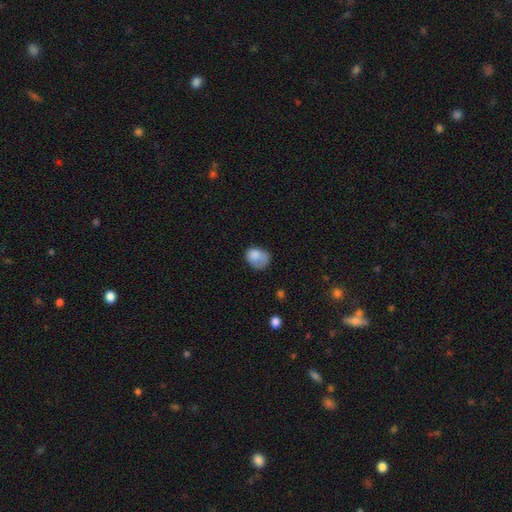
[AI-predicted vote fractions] Smooth or featured?
  - smooth: 78% *
  - featured or disk: 14%
  - star or artifact: 9%
How rounded?
  - in between: 60% *
  - round: 39%
  - cigar-shaped: 1%
Merging?
  - none: 34% *
  - minor disturbance: 33%
  - major disturbance: 27%
  - merger: 6%